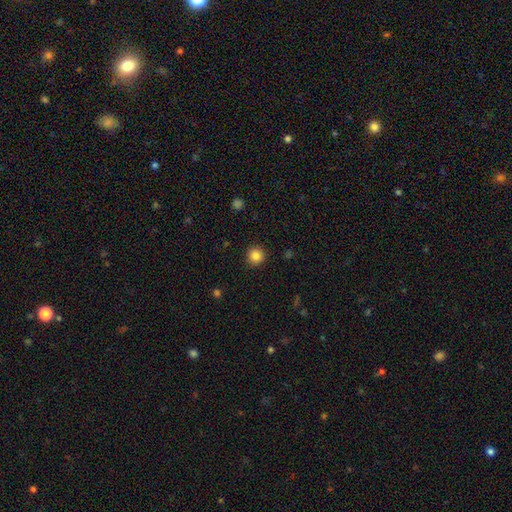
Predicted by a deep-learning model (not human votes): Morphology: type=smooth (85%); roundness=round (94%); merging=none (91%).